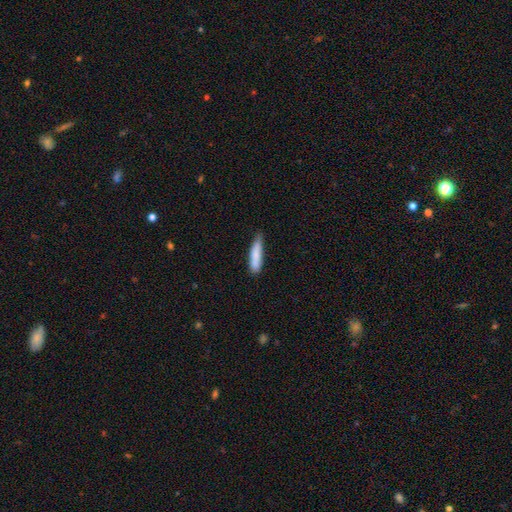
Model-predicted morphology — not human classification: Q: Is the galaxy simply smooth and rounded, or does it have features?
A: smooth — 82%.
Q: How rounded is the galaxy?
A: cigar-shaped — 80%.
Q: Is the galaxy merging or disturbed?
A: none — 65%.